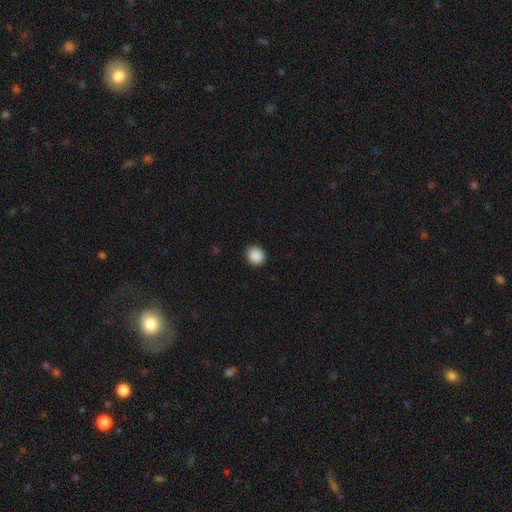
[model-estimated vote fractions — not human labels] Smooth or featured? Predicted: smooth (p=0.89). How rounded? Predicted: round (p=0.77). Merging? Predicted: none (p=0.91).